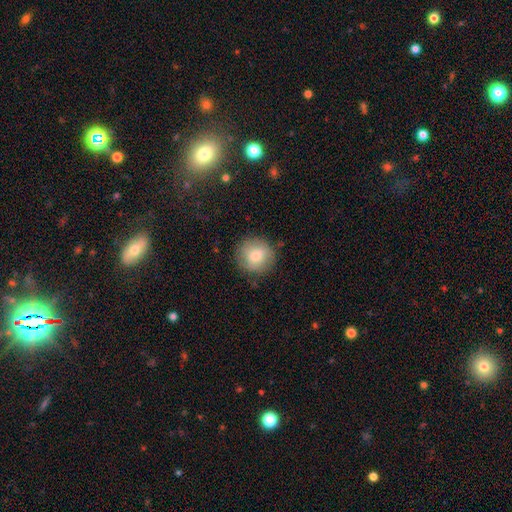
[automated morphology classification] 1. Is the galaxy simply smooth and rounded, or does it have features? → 77% smooth, 15% featured or disk, 8% star or artifact.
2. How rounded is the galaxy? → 93% round, 6% in between, 1% cigar-shaped.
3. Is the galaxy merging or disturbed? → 84% none, 11% minor disturbance, 3% major disturbance, 1% merger.